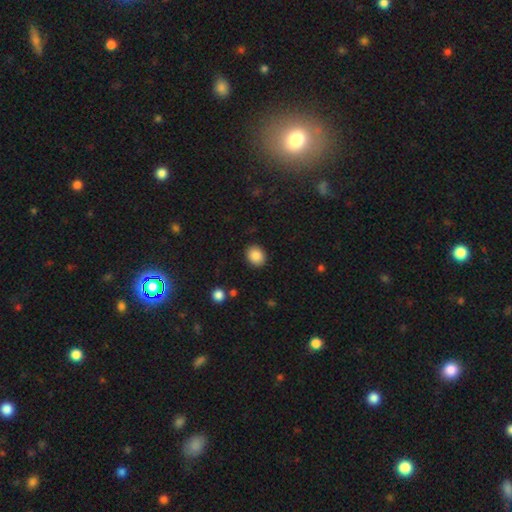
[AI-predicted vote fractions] A smooth galaxy with no disk features (87%) that is round (54%). Merging: none (90%).